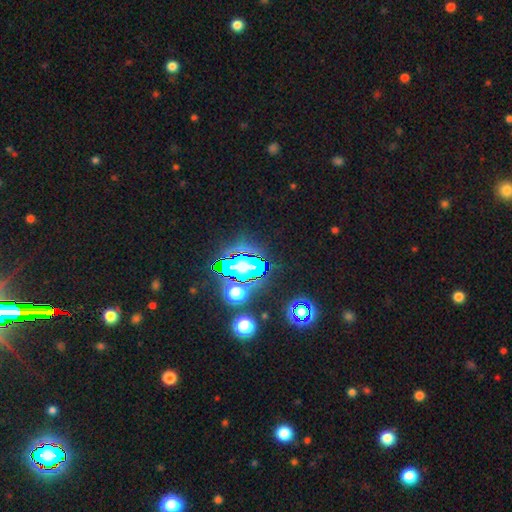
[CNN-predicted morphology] This is clearly a star or artifact rather than a galaxy (83%).